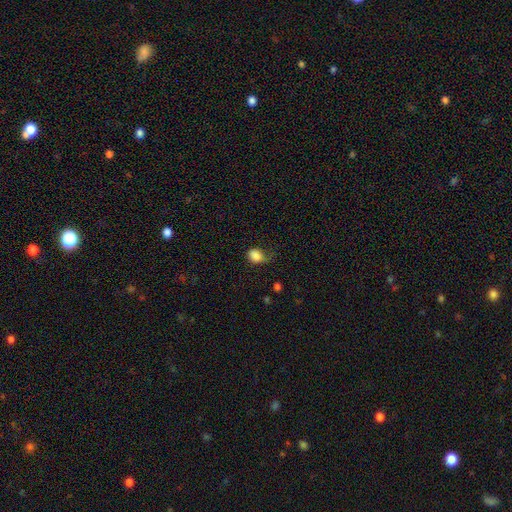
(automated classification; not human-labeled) smooth 84%, star or artifact 9%, featured or disk 8%. Down the decision tree: how rounded — in between (55%); merging — none (38%).